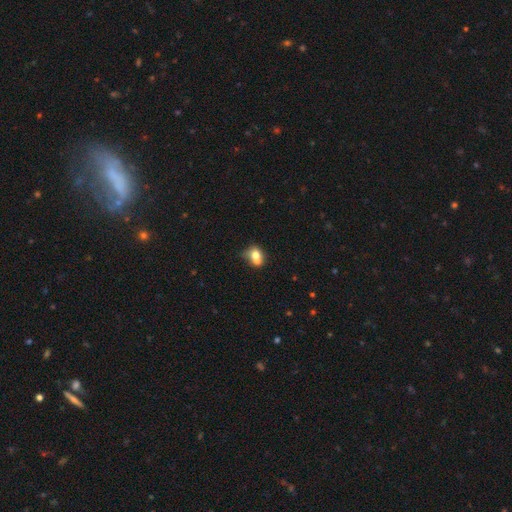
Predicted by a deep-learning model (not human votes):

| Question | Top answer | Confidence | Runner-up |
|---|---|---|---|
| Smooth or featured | smooth | 71% | featured or disk (19%) |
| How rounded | in between | 55% | round (44%) |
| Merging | none | 34% | tied: merger (34%) |